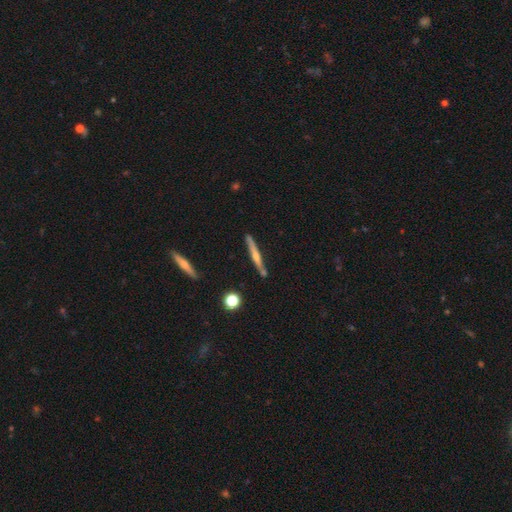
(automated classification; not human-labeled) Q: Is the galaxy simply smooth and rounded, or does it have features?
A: featured or disk — 62%.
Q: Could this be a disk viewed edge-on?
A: yes — 96%.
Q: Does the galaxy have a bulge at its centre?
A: rounded — 76%.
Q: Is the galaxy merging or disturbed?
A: none — 81%.